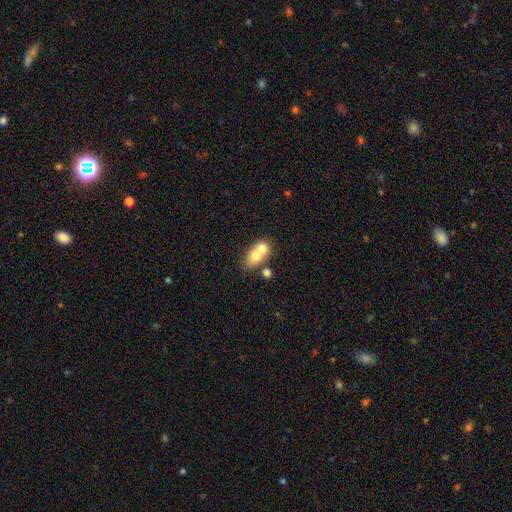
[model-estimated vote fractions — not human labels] Q: Smooth or featured?
A: smooth (68%); runner-up: featured or disk (23%)
Q: How rounded?
A: in between (58%); runner-up: round (39%)
Q: Merging?
A: merger (65%); runner-up: none (25%)